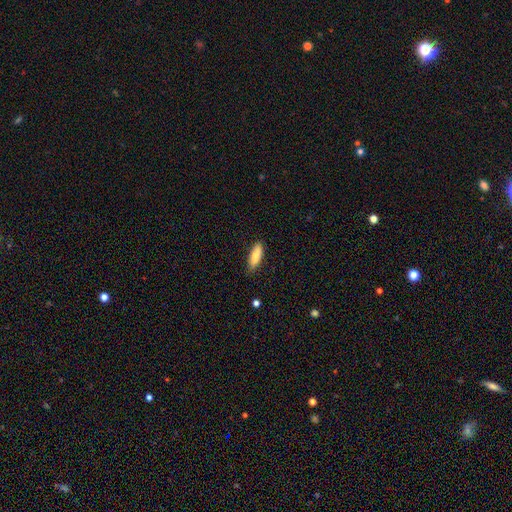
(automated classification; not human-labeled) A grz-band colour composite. It shows a smooth galaxy with no disk features (82%) that is in between round and cigar-shaped (54%). Merging: none (85%).